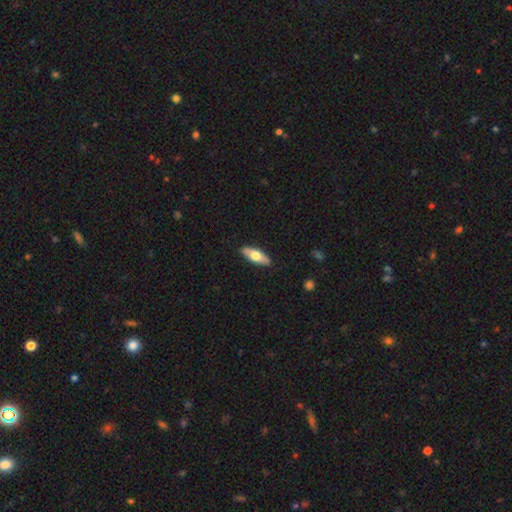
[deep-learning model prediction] Smooth or featured?
  - smooth: 60% *
  - featured or disk: 34%
  - star or artifact: 5%
How rounded?
  - in between: 65% *
  - cigar-shaped: 33%
  - round: 3%
Merging?
  - none: 89% *
  - minor disturbance: 8%
  - major disturbance: 2%
  - merger: 1%